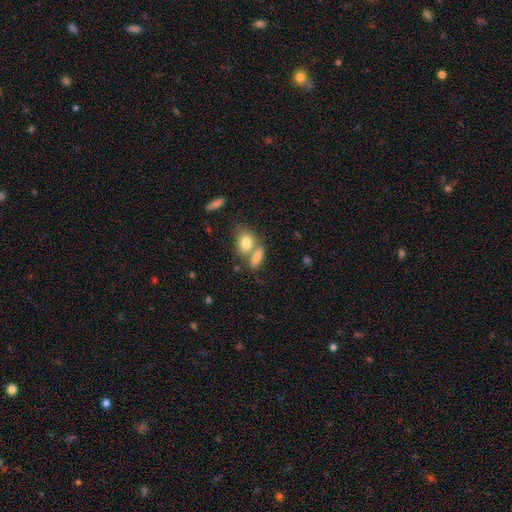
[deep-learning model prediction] This appears to be a smooth galaxy with no disk features (70%) that is in between round and cigar-shaped (71%). Merging: merger (44%).